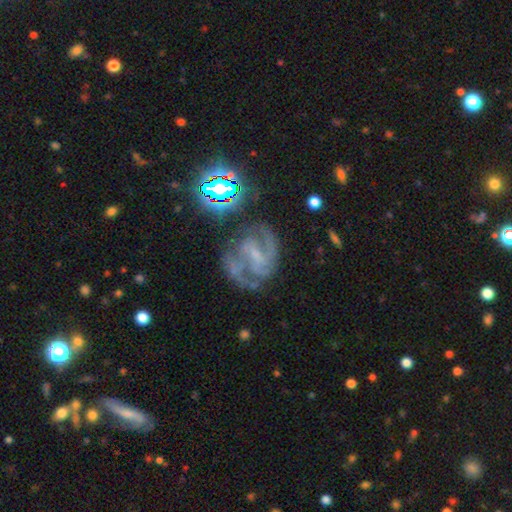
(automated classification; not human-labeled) Smooth or featured? featured or disk (82%)
Edge-on disk? no (98%)
Bar? weak (47%)
Spiral arms? yes (94%)
Spiral winding? medium (54%)
Spiral arm count? 2 (67%)
Bulge size? small (42%)
Merging? none (59%)